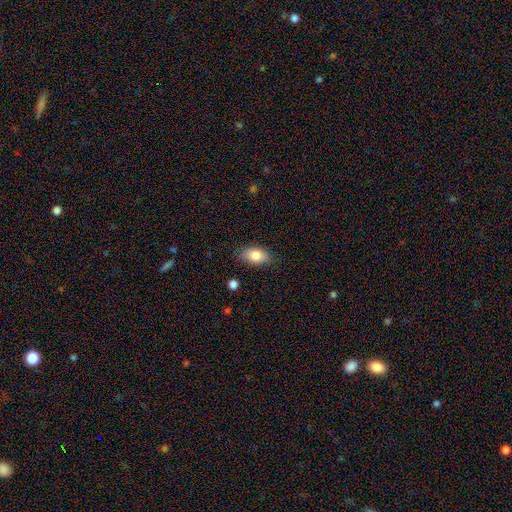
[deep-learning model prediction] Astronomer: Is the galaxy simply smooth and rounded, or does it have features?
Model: smooth — 83%.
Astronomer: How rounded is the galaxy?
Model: in between — 90%.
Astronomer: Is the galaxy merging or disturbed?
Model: none — 83%.